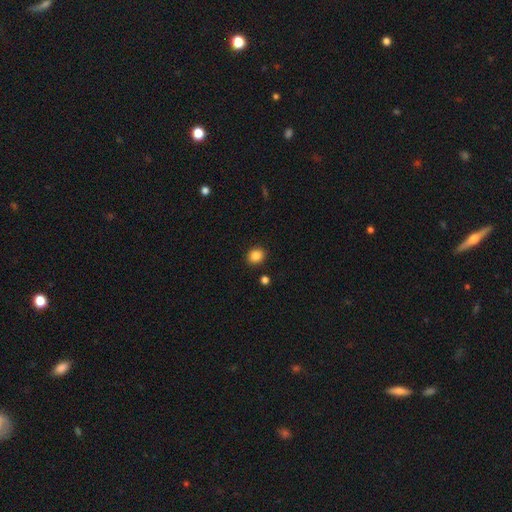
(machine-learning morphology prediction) Smooth or featured? Predicted: smooth (p=0.86). How rounded? Predicted: round (p=0.71). Merging? Predicted: none (p=0.90).